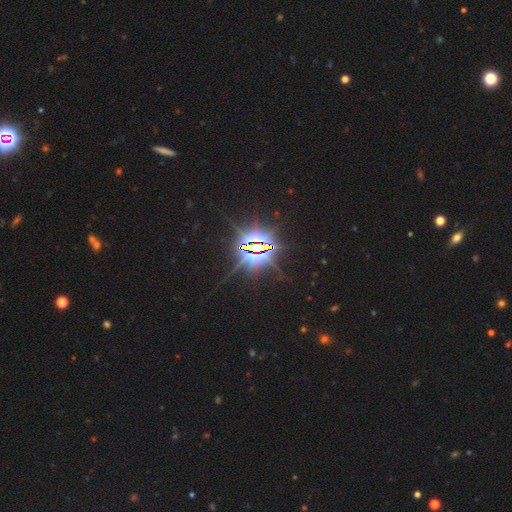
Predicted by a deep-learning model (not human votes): A star or artifact, not a galaxy (86%).

Vote fractions:
- Smooth or featured? star or artifact: 86% / featured or disk: 8% / smooth: 6%